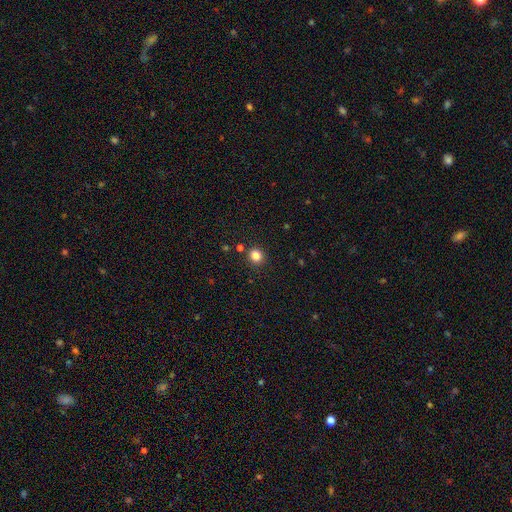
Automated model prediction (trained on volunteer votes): Morphology: type=smooth (83%); roundness=round (88%); merging=none (88%).